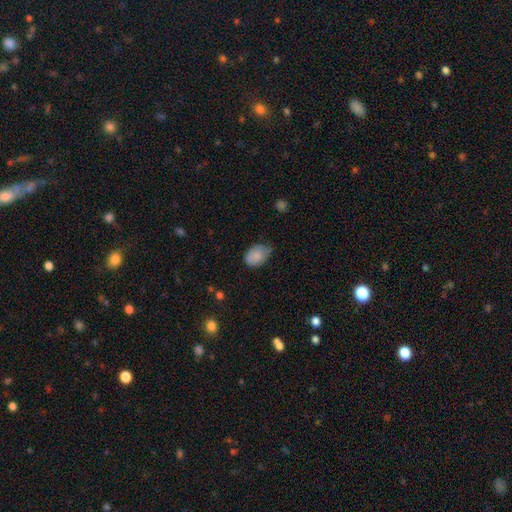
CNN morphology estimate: This appears to be a smooth galaxy with no disk features (82%) that is in between round and cigar-shaped (77%). Merging: none (49%).